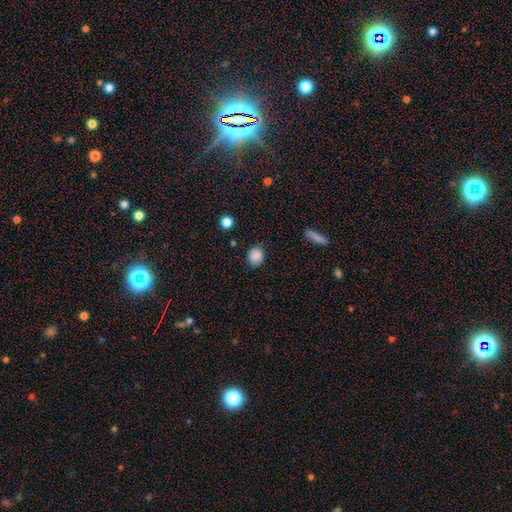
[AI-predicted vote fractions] smooth-or-featured: smooth: 87% | star or artifact: 9% | featured or disk: 4%
  how-rounded: round: 64% | in between: 35% | cigar-shaped: 1%
  merging: none: 81% | minor disturbance: 15% | major disturbance: 3% | merger: 2%